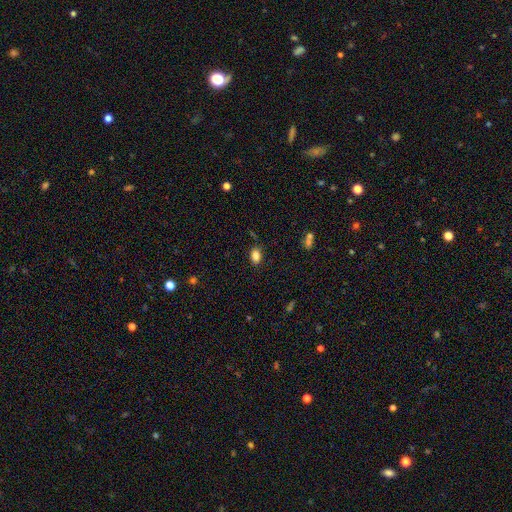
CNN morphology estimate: Smooth or featured? Predicted: smooth (p=0.85). How rounded? Predicted: in between (p=0.85). Merging? Predicted: none (p=0.82).